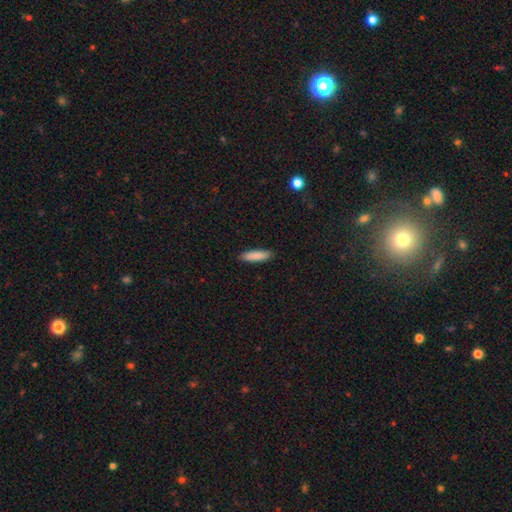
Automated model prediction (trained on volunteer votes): smooth-or-featured: smooth: 88% | featured or disk: 6% | star or artifact: 6%
  how-rounded: cigar-shaped: 66% | in between: 33% | round: 1%
  merging: none: 90% | minor disturbance: 8% | major disturbance: 2% | merger: 1%